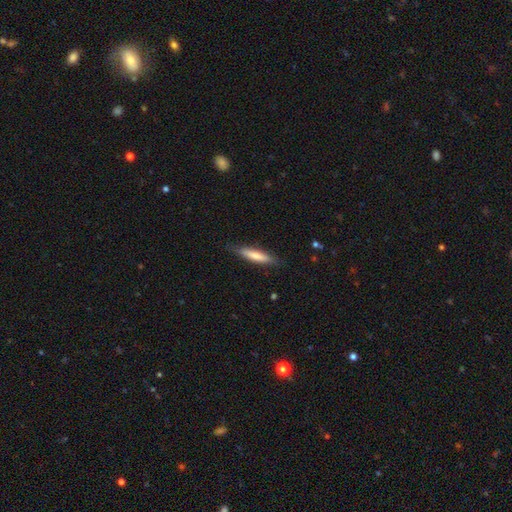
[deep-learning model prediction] This is likely a smooth galaxy (69%). How rounded: clearly cigar-shaped (85%). Merging: clearly none (82%).